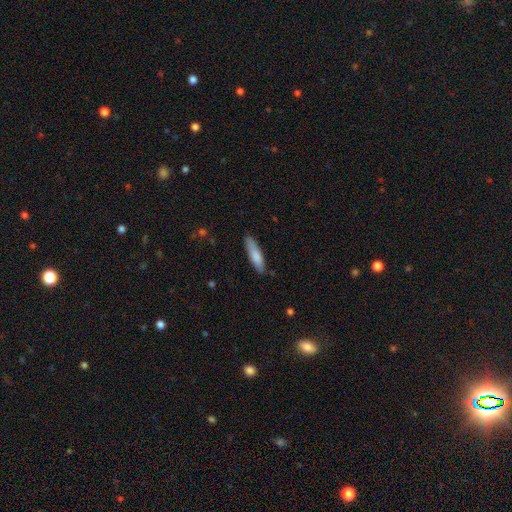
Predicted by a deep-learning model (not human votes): Smooth or featured? Predicted: smooth (p=0.81). How rounded? Predicted: cigar-shaped (p=0.72). Merging? Predicted: none (p=0.82).